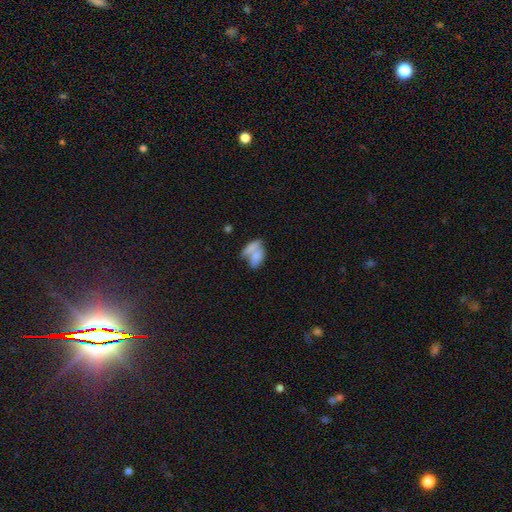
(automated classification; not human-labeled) This appears to be a smooth galaxy with no disk features (73%) that is in between round and cigar-shaped (83%). Merging: merger (51%).